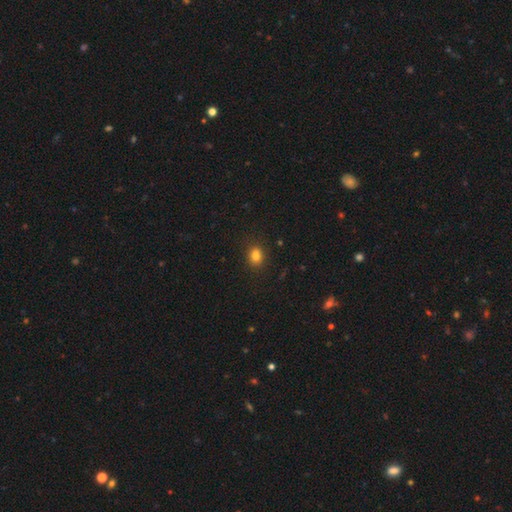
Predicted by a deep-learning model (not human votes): The model was most divided on "how rounded": in between: 50%, round: 48%, cigar-shaped: 1%. More confident: merging — none (84%); smooth or featured — smooth (81%).